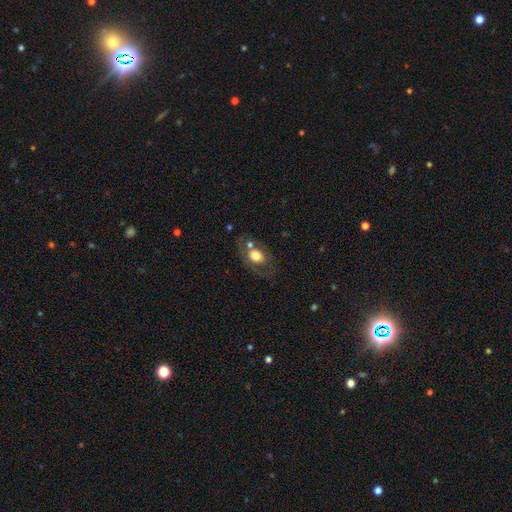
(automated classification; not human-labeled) Smooth or featured? Predicted: smooth (p=0.57). How rounded? Predicted: in between (p=0.70). Merging? Predicted: none (p=0.58).